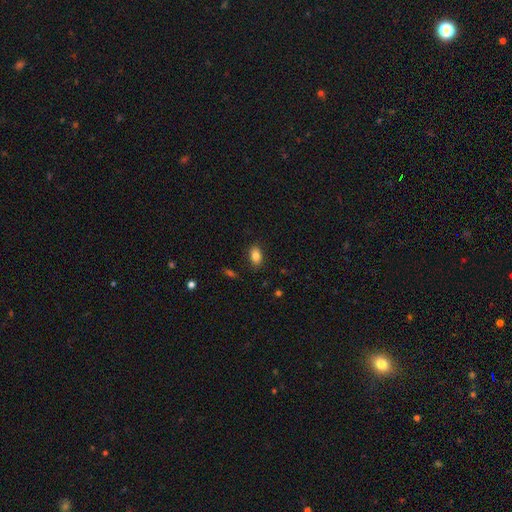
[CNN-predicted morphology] Overall: smooth (83%). How rounded: in between (89%). Merging: none (86%).